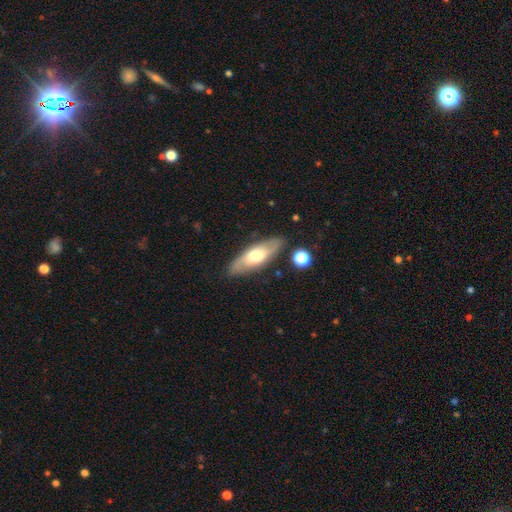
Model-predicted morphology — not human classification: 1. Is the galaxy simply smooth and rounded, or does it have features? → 50% smooth, 43% featured or disk, 6% star or artifact.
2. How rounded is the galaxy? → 64% in between, 33% cigar-shaped, 3% round.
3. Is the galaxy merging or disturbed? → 83% none, 12% minor disturbance, 3% major disturbance, 2% merger.